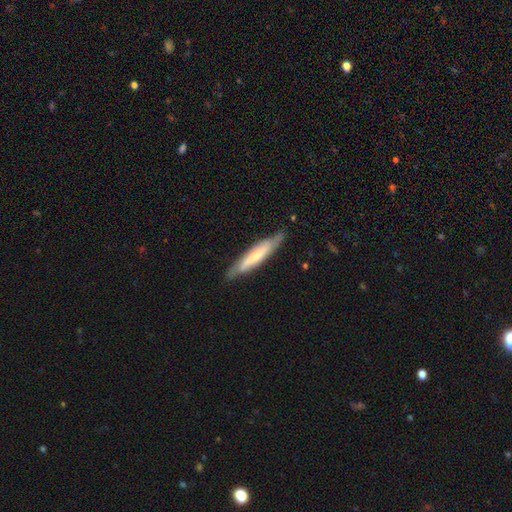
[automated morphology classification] featured or disk 48%, smooth 46%, star or artifact 5%. Down the decision tree: merging — none (77%).